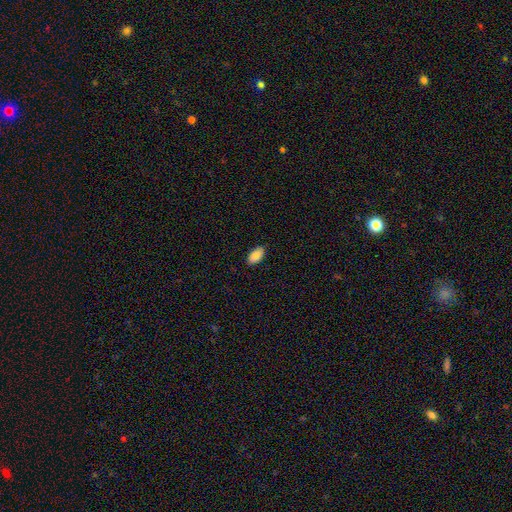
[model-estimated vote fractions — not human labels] Morphology: type=smooth (88%); roundness=in between (94%); merging=none (85%).